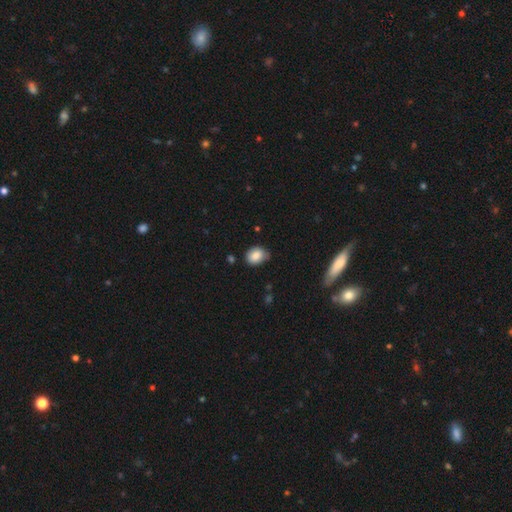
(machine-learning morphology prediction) Smooth or featured? Predicted: smooth (p=0.84). How rounded? Predicted: in between (p=0.62). Merging? Predicted: none (p=0.68).